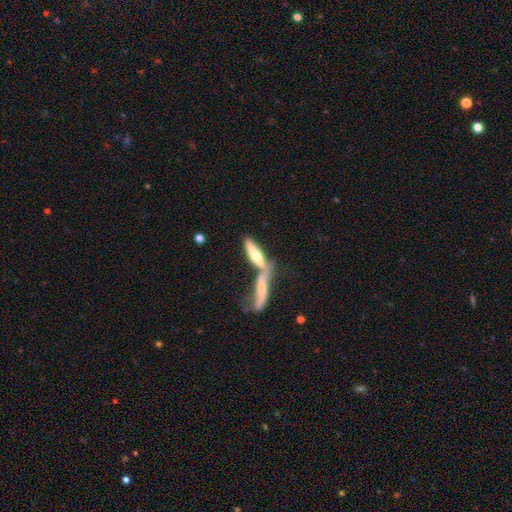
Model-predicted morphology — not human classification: The model was most divided on "smooth or featured": smooth: 55%, featured or disk: 38%, star or artifact: 7%. More confident: how rounded — cigar-shaped (66%); merging — merger (56%).